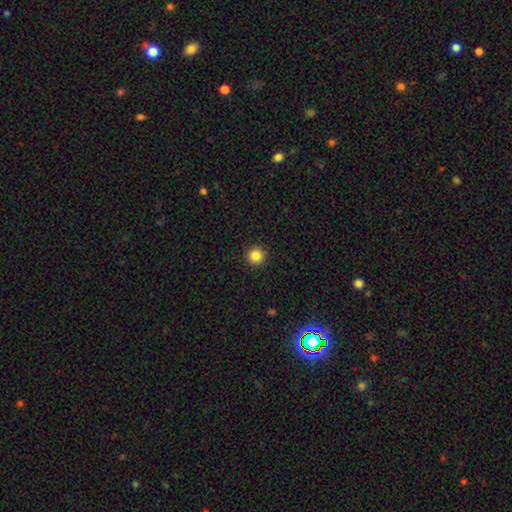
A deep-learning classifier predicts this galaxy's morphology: type=smooth (85%); roundness=round (96%); merging=none (93%).